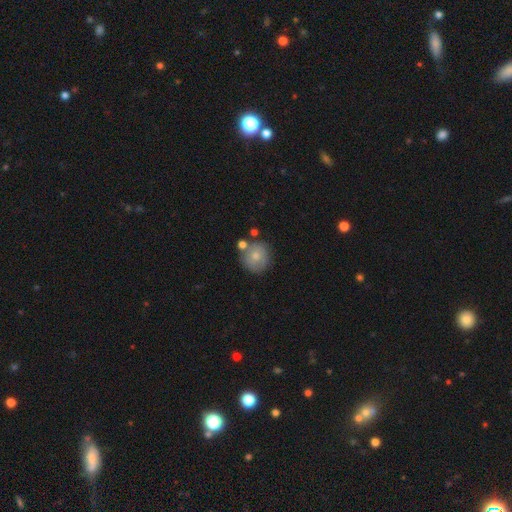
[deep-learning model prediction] A smooth galaxy with no disk features (72%) that is round (91%). Merging: none (67%).